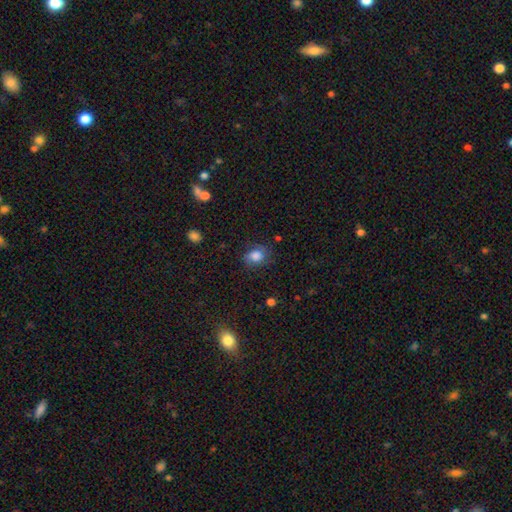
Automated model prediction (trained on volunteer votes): Smooth or featured? Predicted: smooth (p=0.73). How rounded? Predicted: in between (p=0.57). Merging? Predicted: none (p=0.66).